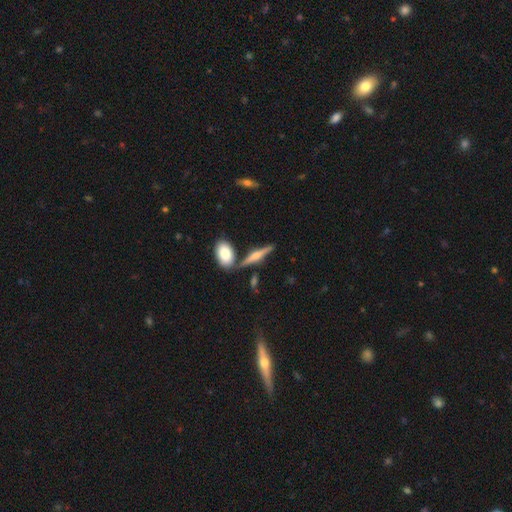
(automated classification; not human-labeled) The model was most divided on "smooth or featured": featured or disk: 68%, smooth: 24%, star or artifact: 7%. More confident: edge-on disk — yes (96%); edge-on bulge — rounded (91%); merging — none (79%).